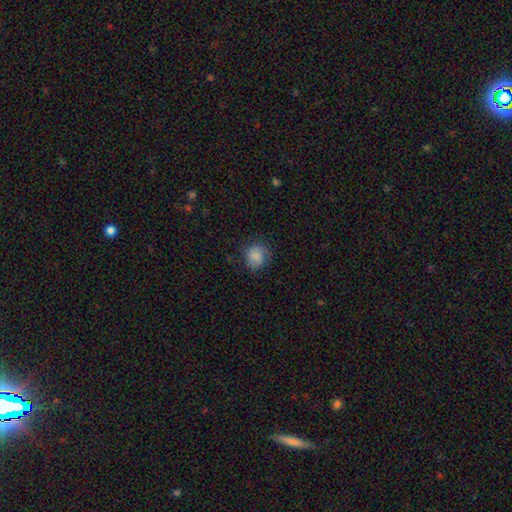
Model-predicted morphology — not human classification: Smooth or featured: smooth — 80% (featured or disk — 11%)
How rounded: round — 80% (in between — 19%)
Merging: none — 74% (minor disturbance — 18%)